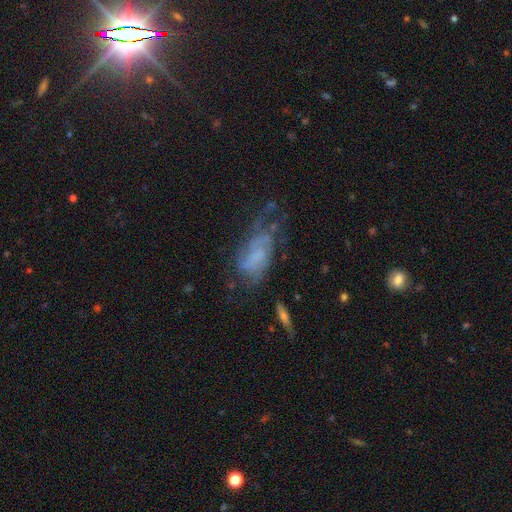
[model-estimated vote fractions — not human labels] featured or disk 57%, smooth 28%, star or artifact 15%. Down the decision tree: edge-on disk — no (93%); bar — no (64%); spiral arms — yes (67%); bulge size — none (47%); merging — none (41%).